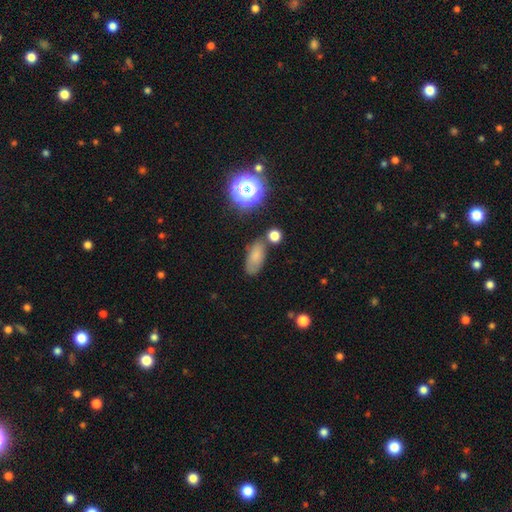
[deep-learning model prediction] Smooth or featured?
  - smooth: 71% *
  - star or artifact: 15%
  - featured or disk: 14%
How rounded?
  - in between: 84% *
  - cigar-shaped: 8%
  - round: 7%
Merging?
  - none: 67% *
  - minor disturbance: 18%
  - merger: 8%
  - major disturbance: 6%